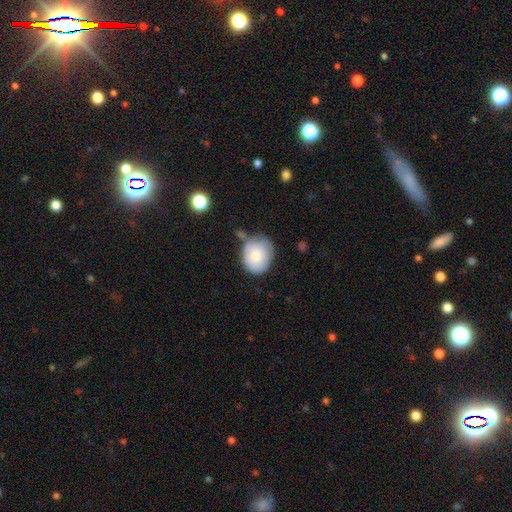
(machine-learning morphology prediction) Smooth or featured?
  - smooth: 75% *
  - featured or disk: 18%
  - star or artifact: 7%
How rounded?
  - round: 55% *
  - in between: 44%
  - cigar-shaped: 1%
Merging?
  - none: 55% *
  - minor disturbance: 29%
  - merger: 9%
  - major disturbance: 7%